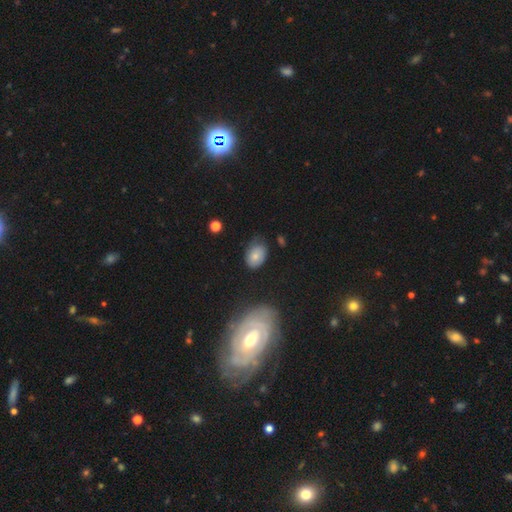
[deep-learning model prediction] Smooth or featured? Predicted: smooth (p=0.71). How rounded? Predicted: in between (p=0.79). Merging? Predicted: none (p=0.53).